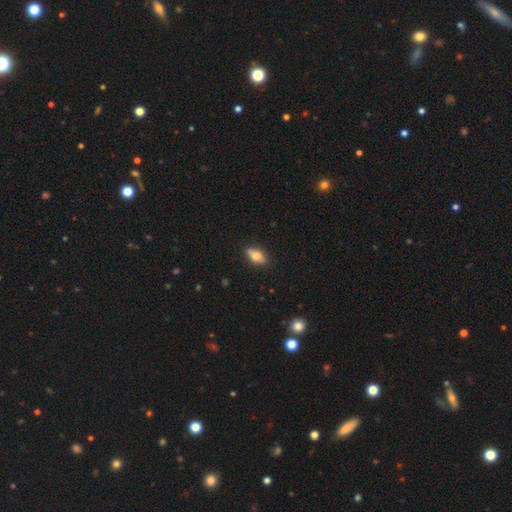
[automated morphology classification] smooth 70%, featured or disk 23%, star or artifact 7%. Down the decision tree: how rounded — in between (83%); merging — none (84%).